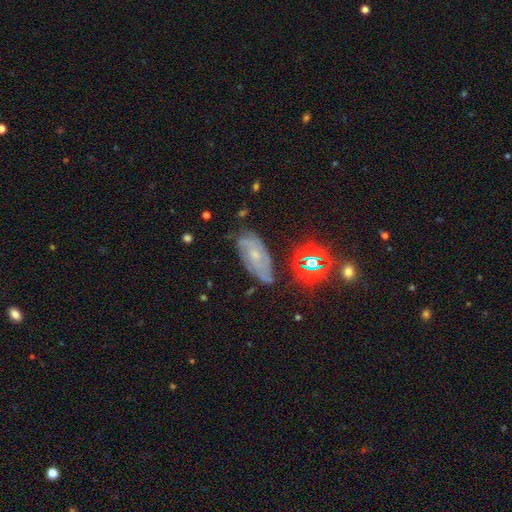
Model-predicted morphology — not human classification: type=featured or disk (61%); edge-on=no (92%); bar=no (71%); spiral arms=yes (85%); bulge=small (70%); merging=none (64%).